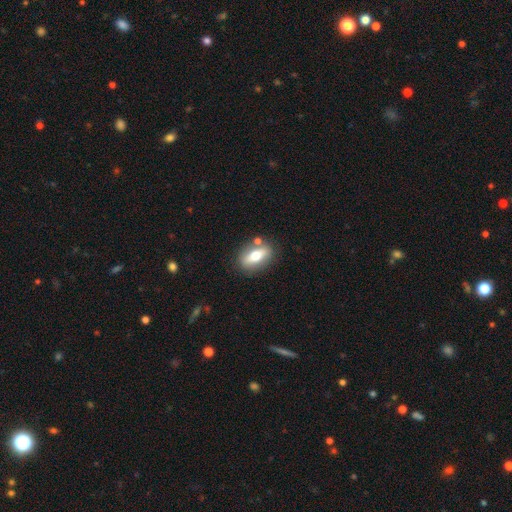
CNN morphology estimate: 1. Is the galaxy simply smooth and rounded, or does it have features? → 56% smooth, 37% featured or disk, 8% star or artifact.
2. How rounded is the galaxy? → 78% in between, 13% cigar-shaped, 9% round.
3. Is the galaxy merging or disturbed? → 78% none, 11% minor disturbance, 8% merger, 3% major disturbance.